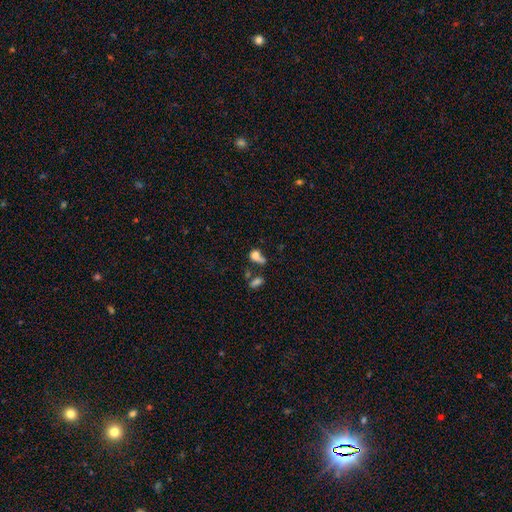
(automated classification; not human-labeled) smooth-or-featured: smooth: 71% | featured or disk: 16% | star or artifact: 13%
  how-rounded: in between: 53% | round: 41% | cigar-shaped: 6%
  merging: merger: 31% | none: 27% | major disturbance: 25% | minor disturbance: 17%